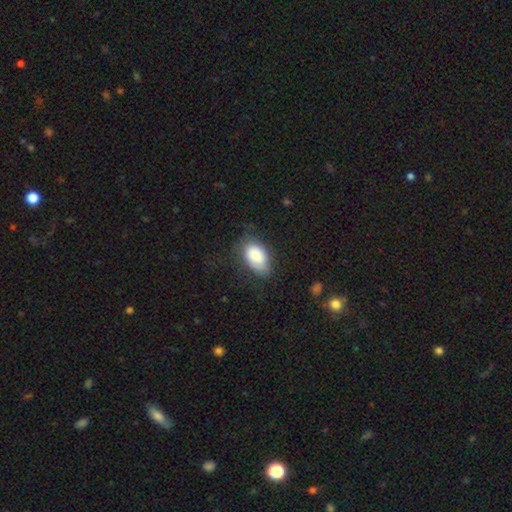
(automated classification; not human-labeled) smooth_or_featured: smooth (p=0.81) [alt: featured or disk p=0.12]
how_rounded: in between (p=0.93) [alt: round p=0.06]
merging: none (p=0.63) [alt: minor disturbance p=0.24]